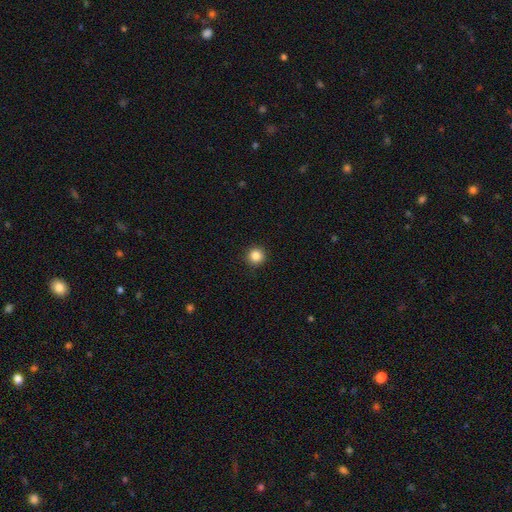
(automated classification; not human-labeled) A smooth galaxy with no disk features (85%) that is round (96%).

Vote fractions:
- Smooth or featured? smooth: 85% / star or artifact: 11% / featured or disk: 4%
- How rounded? round: 96% / in between: 4% / cigar-shaped: 1%
- Merging? none: 93% / minor disturbance: 4% / major disturbance: 2% / merger: 1%